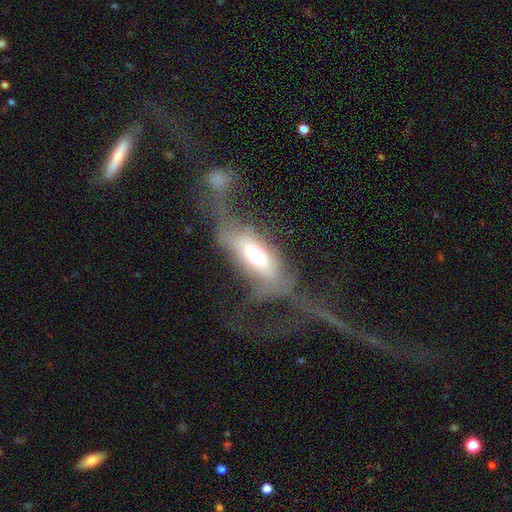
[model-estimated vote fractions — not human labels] Morphology: type=smooth (49%); merging=major disturbance (56%).